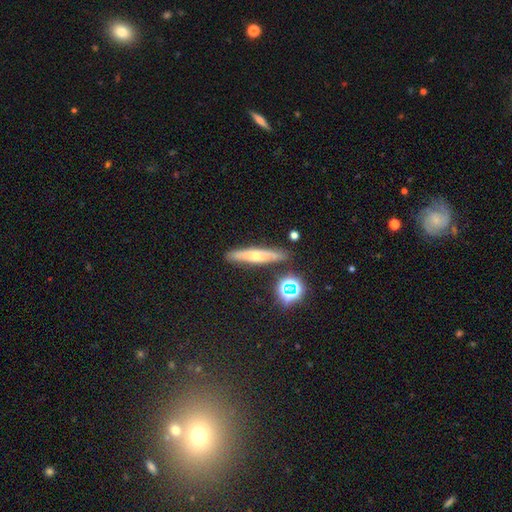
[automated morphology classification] This is possibly a featured or disk galaxy (47%). Merging: clearly none (83%).